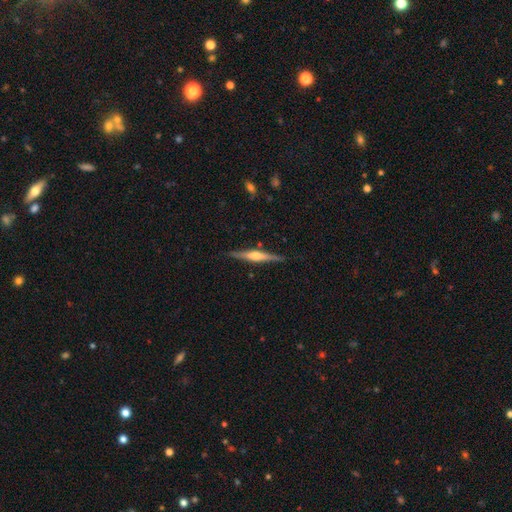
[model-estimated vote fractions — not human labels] featured or disk 73%, smooth 22%, star or artifact 5%. Down the decision tree: edge-on disk — yes (98%); edge-on bulge — rounded (84%); merging — none (89%).